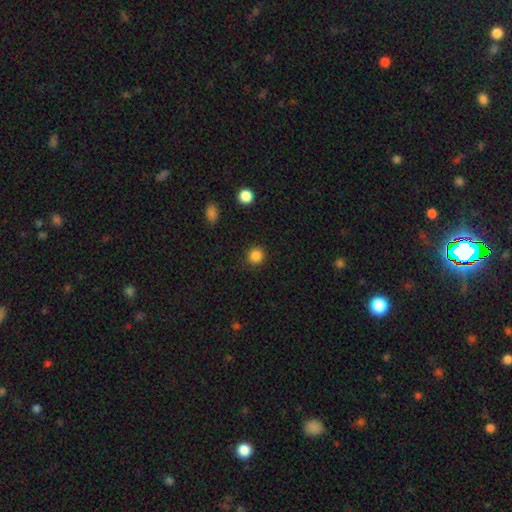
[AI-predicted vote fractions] smooth-or-featured: smooth: 86% | star or artifact: 11% | featured or disk: 3%
  how-rounded: round: 92% | in between: 7% | cigar-shaped: 1%
  merging: none: 90% | minor disturbance: 6% | major disturbance: 2% | merger: 1%